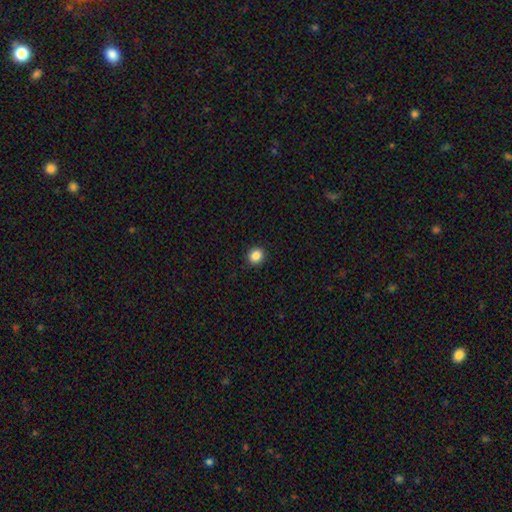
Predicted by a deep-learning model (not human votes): smooth_or_featured: smooth (p=0.87) [alt: star or artifact p=0.10]
how_rounded: round (p=0.87) [alt: in between p=0.12]
merging: none (p=0.93) [alt: minor disturbance p=0.05]